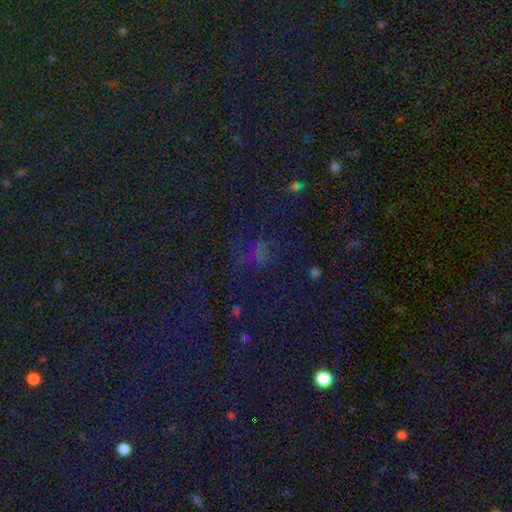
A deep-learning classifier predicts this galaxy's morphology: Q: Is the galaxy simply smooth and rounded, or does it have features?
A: star or artifact — 58%.